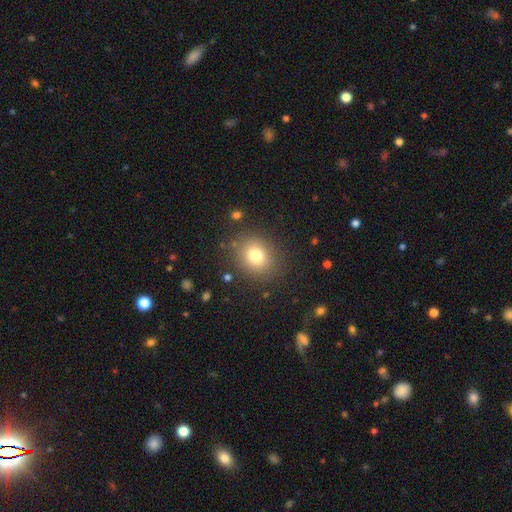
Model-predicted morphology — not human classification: Q: Smooth or featured?
A: smooth (77%); runner-up: star or artifact (13%)
Q: How rounded?
A: round (68%); runner-up: in between (31%)
Q: Merging?
A: none (84%); runner-up: minor disturbance (10%)